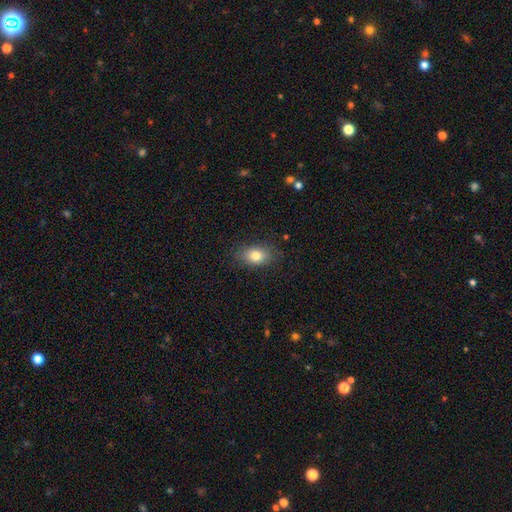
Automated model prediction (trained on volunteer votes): Morphology: type=smooth (79%); roundness=in between (79%); merging=none (84%).